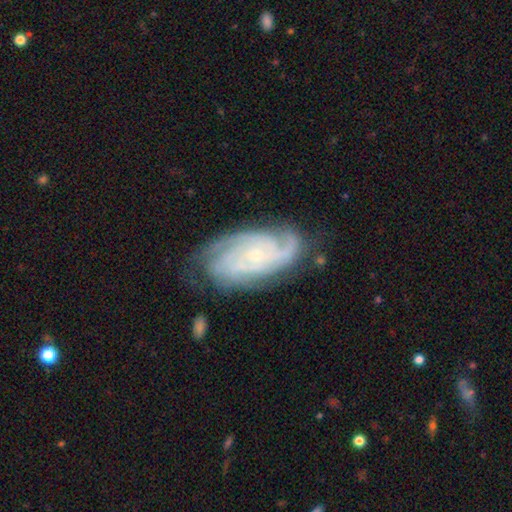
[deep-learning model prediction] Overall: featured or disk (87%). Edge-on disk: no (96%). Bar: no (71%). Spiral arms: yes (97%). Spiral arm count: 3 (29%; 4 28%). Spiral winding: tight (68%). Bulge size: small (78%). Merging: none (71%).